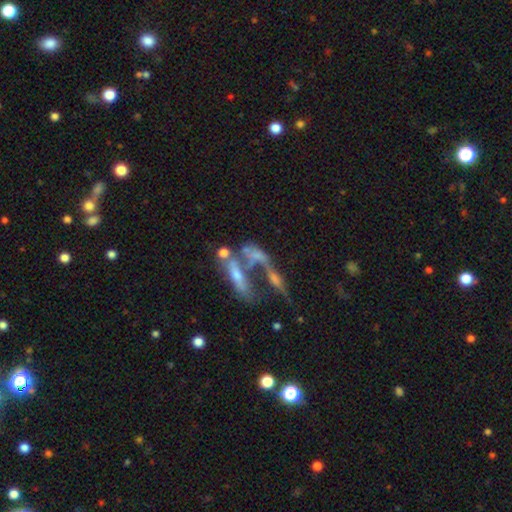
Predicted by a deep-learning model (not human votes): This appears to be a featured or disk galaxy (46%). Merging: merger (54%).